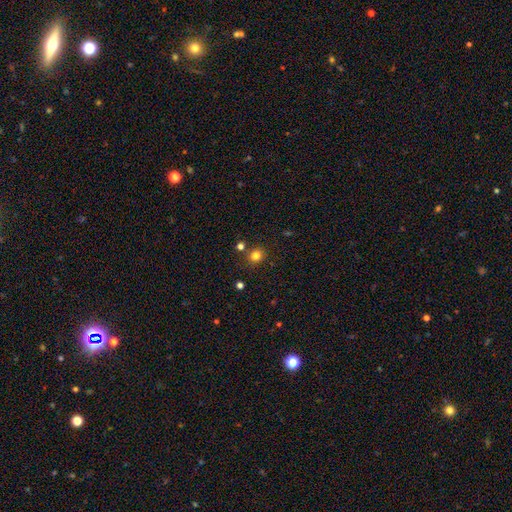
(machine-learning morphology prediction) This is likely a smooth galaxy (79%). How rounded: clearly round (89%). Merging: clearly none (81%).